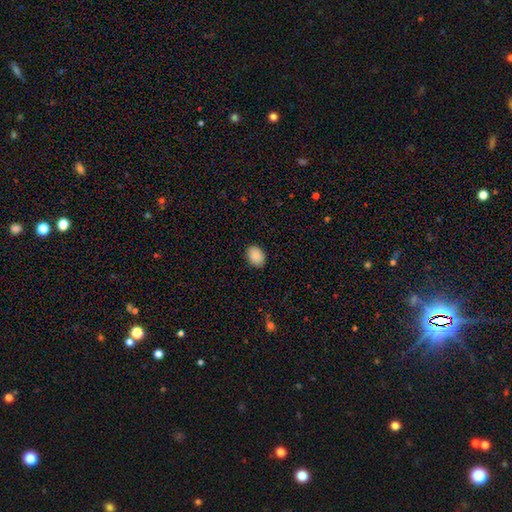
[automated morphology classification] The model was most divided on "how rounded": in between: 77%, round: 22%, cigar-shaped: 1%. More confident: smooth or featured — smooth (90%); merging — none (89%).